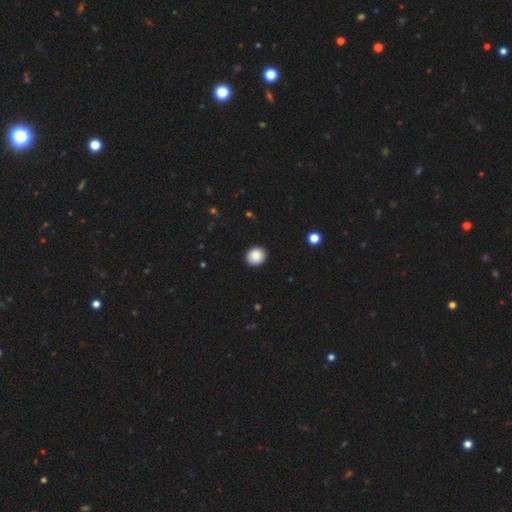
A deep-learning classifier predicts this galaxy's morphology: Smooth or featured? Predicted: smooth (p=0.88). How rounded? Predicted: round (p=0.78). Merging? Predicted: none (p=0.91).